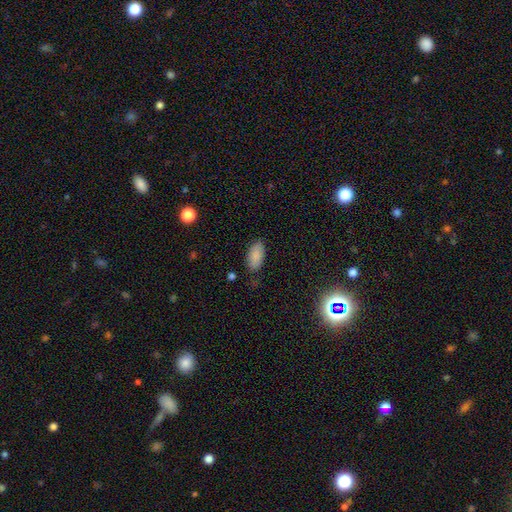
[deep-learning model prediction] This appears to be a smooth galaxy with no disk features (86%) that is in between round and cigar-shaped (93%). Merging: none (77%).